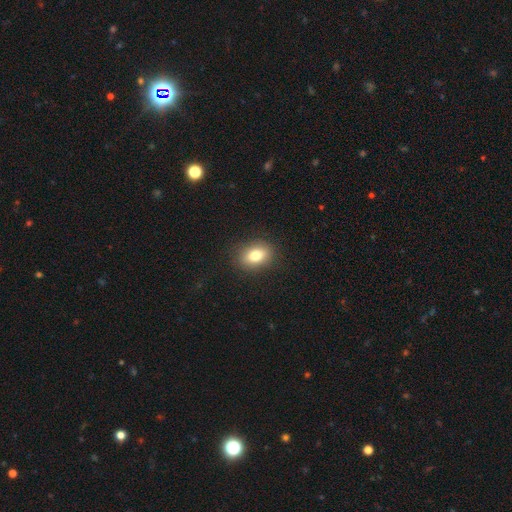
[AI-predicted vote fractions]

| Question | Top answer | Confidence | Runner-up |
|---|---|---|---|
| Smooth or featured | smooth | 80% | featured or disk (10%) |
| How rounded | in between | 75% | round (24%) |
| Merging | none | 87% | minor disturbance (9%) |